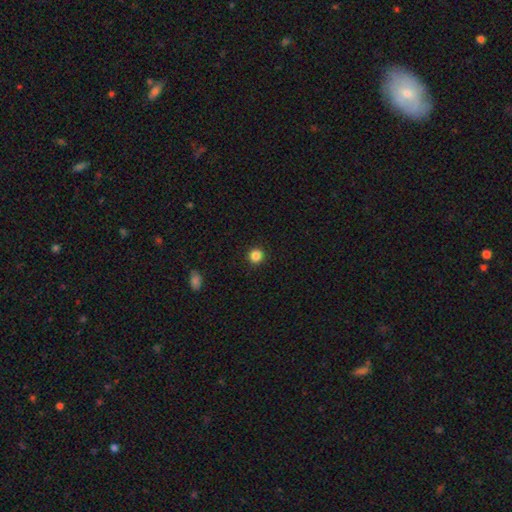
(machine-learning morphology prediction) The model was most divided on "smooth or featured": smooth: 86%, star or artifact: 11%, featured or disk: 3%. More confident: how rounded — round (93%); merging — none (93%).